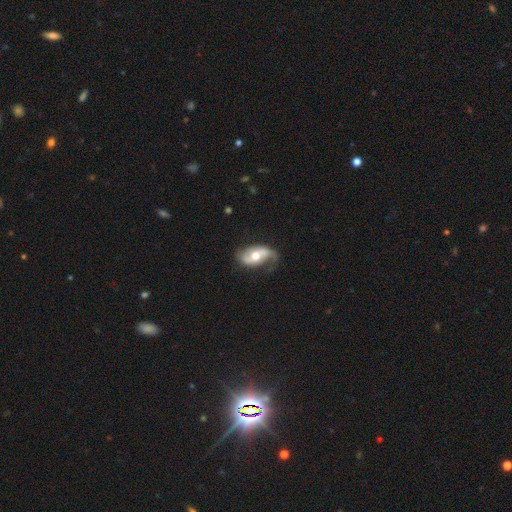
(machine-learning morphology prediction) Smooth or featured?
  - featured or disk: 74% *
  - smooth: 21%
  - star or artifact: 6%
Edge-on disk?
  - no: 95% *
  - yes: 5%
Bar?
  - no: 46% *
  - weak: 35%
  - strong: 20%
Spiral arms?
  - yes: 88% *
  - no: 12%
Spiral winding?
  - loose: 55% *
  - medium: 33%
  - tight: 12%
Spiral arm count?
  - 2: 82% *
  - 1: 9%
  - can't tell: 5%
  - 3: 1%
  - 4: 1%
  - more than 4: 1%
Bulge size?
  - moderate: 72% *
  - small: 14%
  - large: 12%
  - dominant: 1%
  - none: 1%
Merging?
  - none: 58% *
  - minor disturbance: 26%
  - major disturbance: 14%
  - merger: 2%